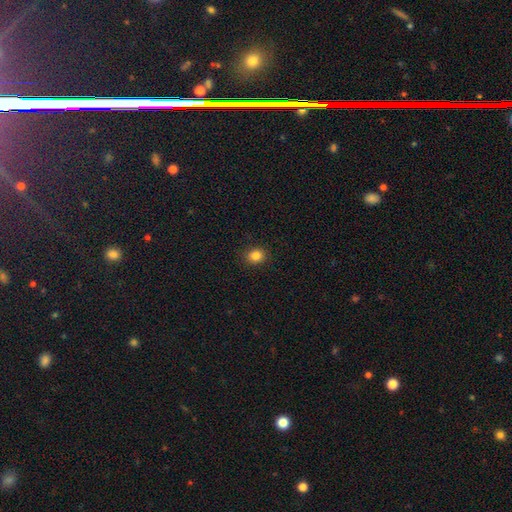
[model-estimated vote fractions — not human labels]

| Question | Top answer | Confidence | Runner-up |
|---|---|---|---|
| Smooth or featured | smooth | 84% | star or artifact (11%) |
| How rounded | round | 68% | in between (31%) |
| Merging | none | 89% | minor disturbance (7%) |